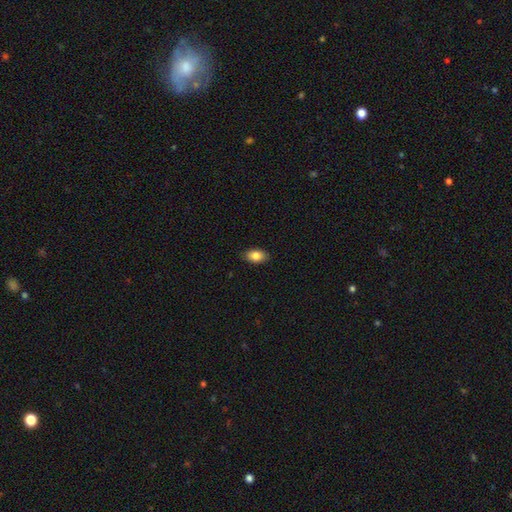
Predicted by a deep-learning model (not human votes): smooth_or_featured: smooth (p=0.84) [alt: featured or disk p=0.09]
how_rounded: in between (p=0.91) [alt: round p=0.07]
merging: none (p=0.88) [alt: minor disturbance p=0.09]